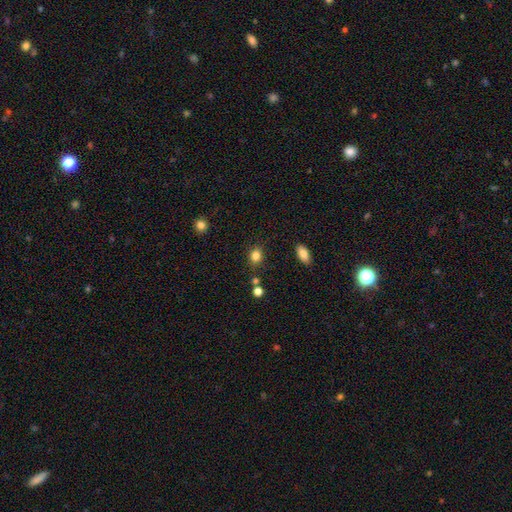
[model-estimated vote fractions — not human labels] Q: Smooth or featured?
A: smooth (84%); runner-up: star or artifact (11%)
Q: How rounded?
A: round (52%); runner-up: in between (46%)
Q: Merging?
A: none (81%); runner-up: minor disturbance (11%)